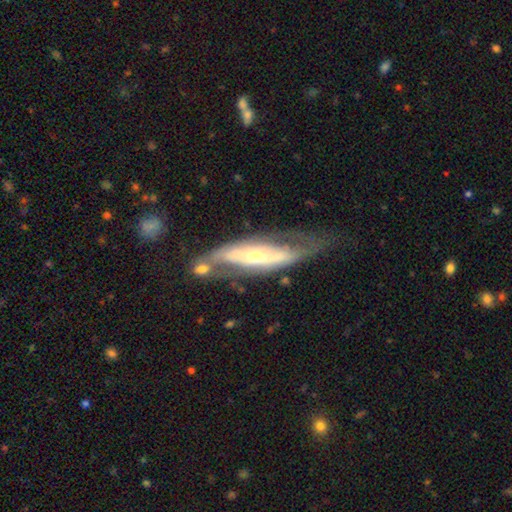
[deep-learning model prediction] This appears to be a featured or disk galaxy (73%) with no bar (50%), spiral arms (68%) and a small central bulge (47%). Merging: none (50%).